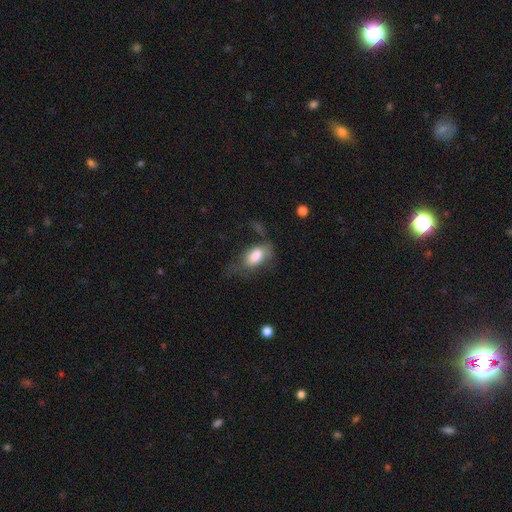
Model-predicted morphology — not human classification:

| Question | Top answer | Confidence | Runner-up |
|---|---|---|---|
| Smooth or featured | smooth | 75% | featured or disk (17%) |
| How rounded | in between | 90% | round (6%) |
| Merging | major disturbance | 35% | none (33%) |